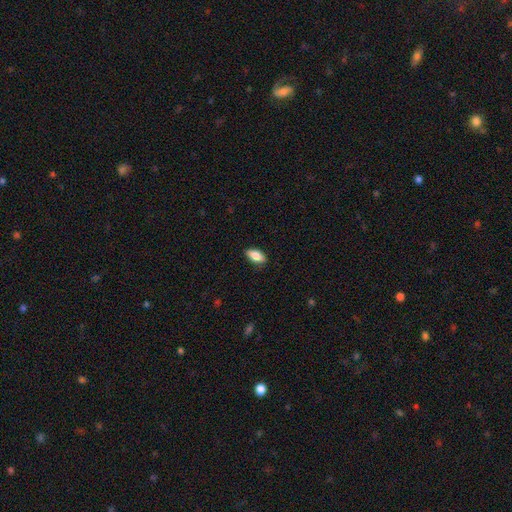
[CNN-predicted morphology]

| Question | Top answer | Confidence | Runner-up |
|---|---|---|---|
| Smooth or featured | smooth | 83% | featured or disk (10%) |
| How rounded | in between | 88% | cigar-shaped (9%) |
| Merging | none | 84% | minor disturbance (13%) |